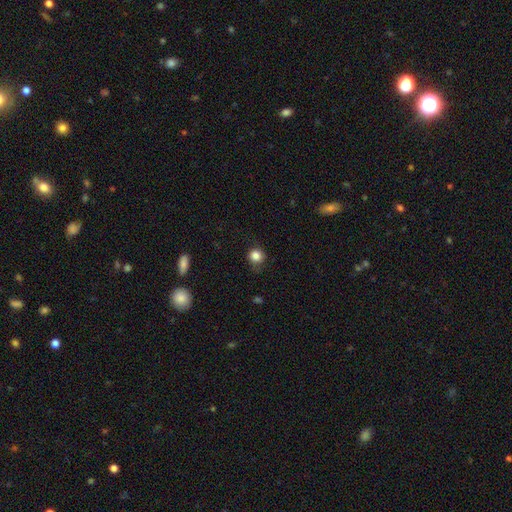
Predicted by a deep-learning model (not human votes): Smooth or featured?
  - smooth: 84% *
  - star or artifact: 11%
  - featured or disk: 5%
How rounded?
  - round: 88% *
  - in between: 11%
  - cigar-shaped: 1%
Merging?
  - none: 73% *
  - minor disturbance: 19%
  - major disturbance: 6%
  - merger: 1%